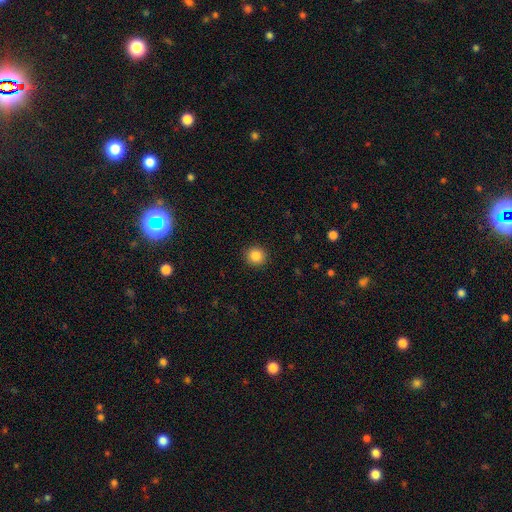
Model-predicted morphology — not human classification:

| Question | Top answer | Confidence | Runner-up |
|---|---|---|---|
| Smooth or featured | smooth | 86% | star or artifact (10%) |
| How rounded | round | 92% | in between (7%) |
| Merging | none | 92% | minor disturbance (5%) |